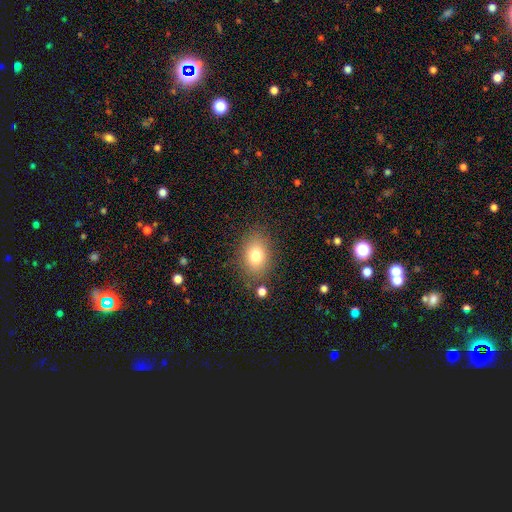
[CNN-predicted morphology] Overall: smooth (78%). How rounded: in between (75%). Merging: none (81%).